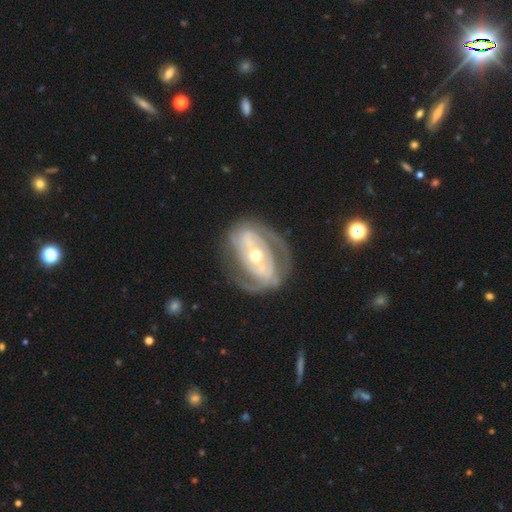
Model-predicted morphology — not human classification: Smooth or featured: featured or disk — 86% (smooth — 9%)
Edge-on disk: no — 96% (yes — 4%)
Bar: no — 47% (weak — 29%)
Spiral arms: yes — 88% (no — 12%)
Spiral winding: tight — 52% (medium — 35%)
Spiral arm count: 2 — 59% (can't tell — 17%)
Bulge size: moderate — 70% (small — 23%)
Merging: none — 65% (minor disturbance — 20%)